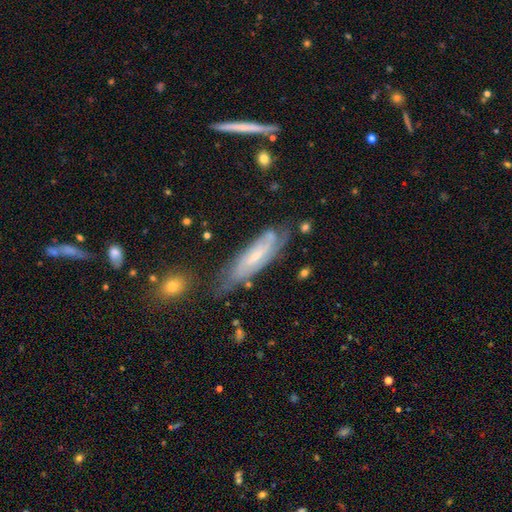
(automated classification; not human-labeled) This is likely a featured or disk galaxy (71%). It is likely not viewed edge-on (75%). Bar: possibly no (48%). Spiral arm pattern: clearly yes (88%). Central bulge: likely small (66%). Merging: likely none (65%).